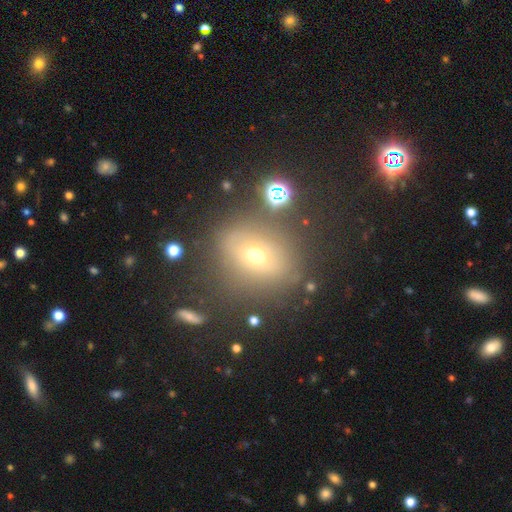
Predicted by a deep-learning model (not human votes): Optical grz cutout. It shows a smooth galaxy with no disk features (58%) that is round (58%). Merging: none (73%).